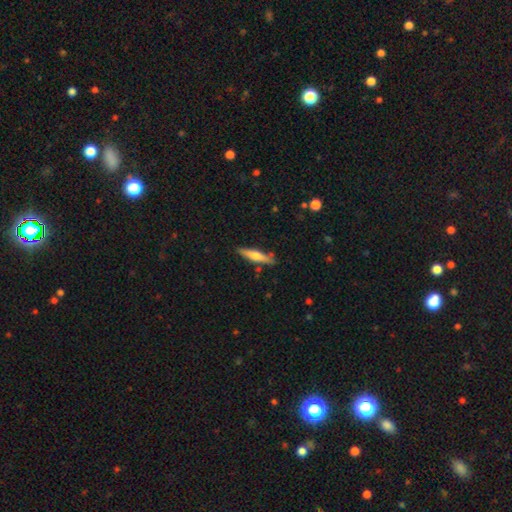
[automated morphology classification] smooth-or-featured: smooth: 52% | featured or disk: 43% | star or artifact: 6%
  how-rounded: cigar-shaped: 83% | in between: 16% | round: 2%
  merging: none: 85% | minor disturbance: 10% | merger: 2% | major disturbance: 2%